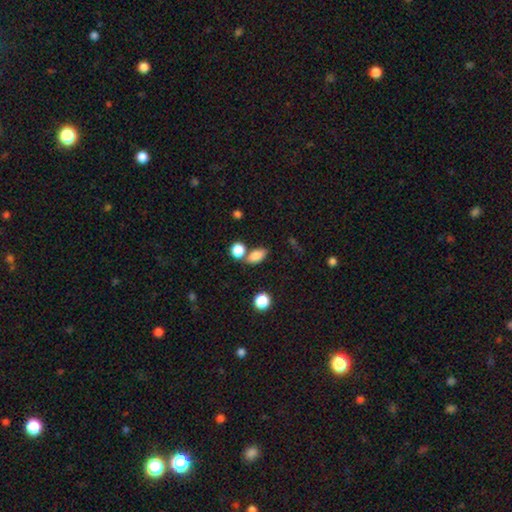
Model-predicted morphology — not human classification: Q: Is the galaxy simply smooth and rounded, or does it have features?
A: smooth — 83%.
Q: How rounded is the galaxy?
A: in between — 85%.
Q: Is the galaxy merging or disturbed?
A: none — 62%.